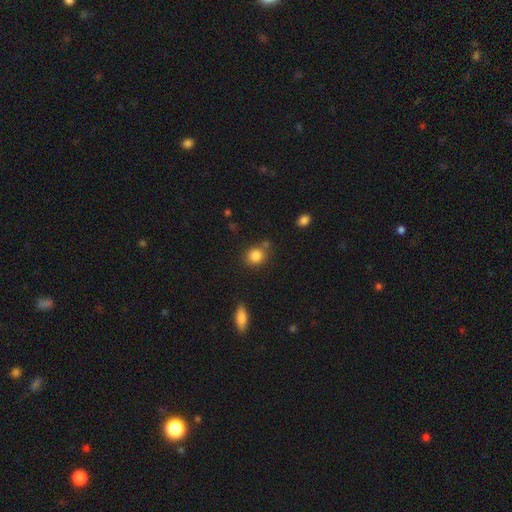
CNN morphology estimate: Smooth or featured? Predicted: smooth (p=0.85). How rounded? Predicted: round (p=0.77). Merging? Predicted: none (p=0.74).